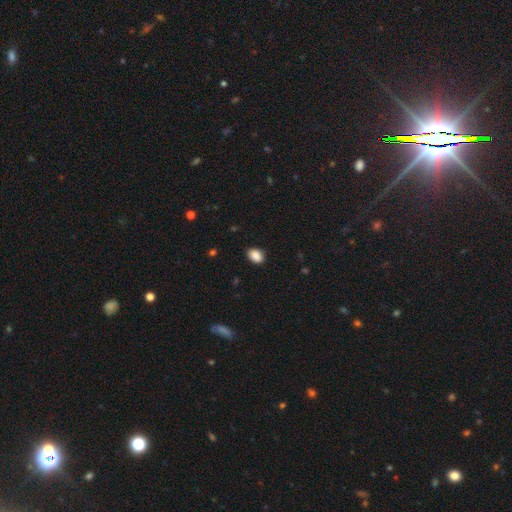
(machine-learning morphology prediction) Overall: smooth (89%). How rounded: in between (80%). Merging: none (88%).